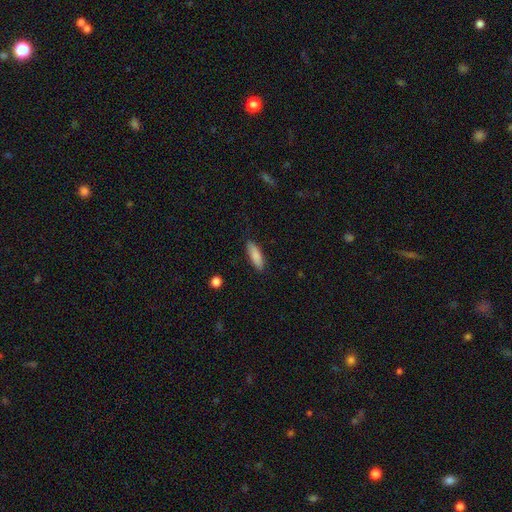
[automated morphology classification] smooth_or_featured: smooth (p=0.86) [alt: featured or disk p=0.07]
how_rounded: in between (p=0.50) [alt: cigar-shaped p=0.49]
merging: none (p=0.87) [alt: minor disturbance p=0.10]